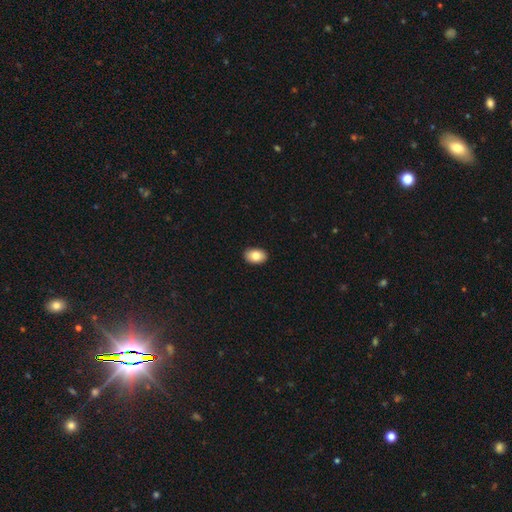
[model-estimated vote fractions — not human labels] Overall: smooth (84%). How rounded: in between (88%). Merging: none (91%).